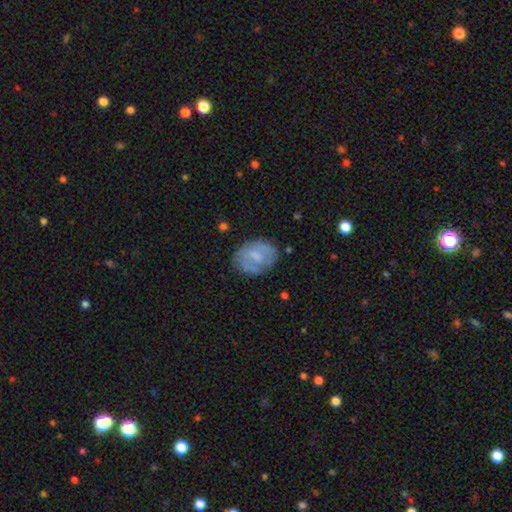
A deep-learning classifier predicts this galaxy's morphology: Smooth or featured? smooth (47%)
Merging? none (69%)